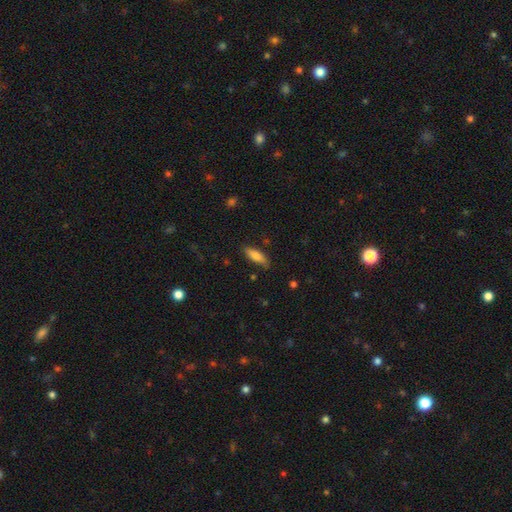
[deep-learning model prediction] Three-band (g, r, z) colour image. It shows a smooth galaxy with no disk features (78%) that is in between round and cigar-shaped (56%). Merging: none (79%).